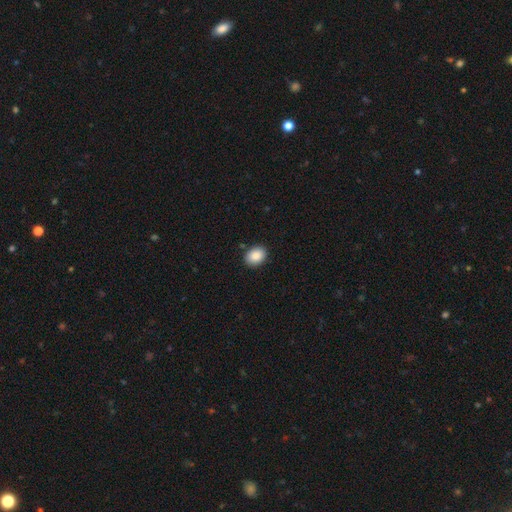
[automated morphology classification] type=smooth (89%); roundness=in between (70%); merging=none (87%).